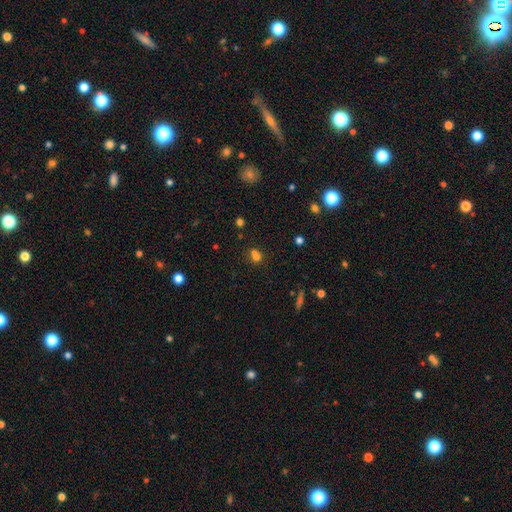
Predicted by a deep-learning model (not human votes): smooth-or-featured: smooth: 65% | star or artifact: 25% | featured or disk: 10%
  how-rounded: round: 57% | in between: 40% | cigar-shaped: 3%
  merging: none: 51% | merger: 32% | minor disturbance: 12% | major disturbance: 5%